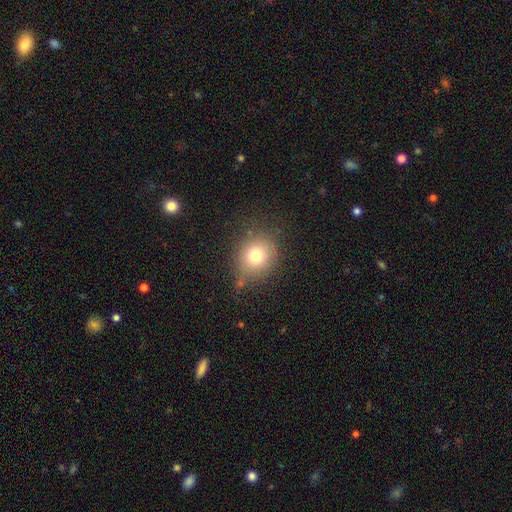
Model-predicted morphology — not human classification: Q: Smooth or featured?
A: smooth (73%); runner-up: star or artifact (14%)
Q: How rounded?
A: round (81%); runner-up: in between (18%)
Q: Merging?
A: none (72%); runner-up: minor disturbance (18%)